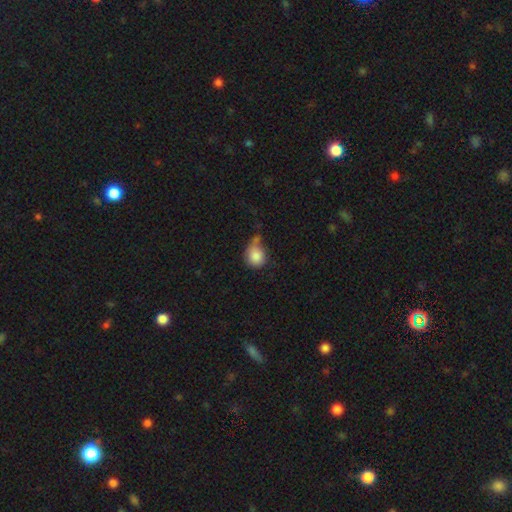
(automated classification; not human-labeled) Smooth or featured? smooth (85%)
How rounded? round (76%)
Merging? none (40%)